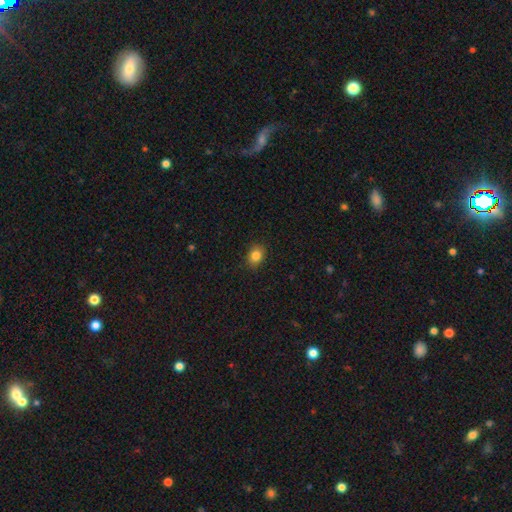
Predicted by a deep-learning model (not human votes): Morphology: type=smooth (84%); roundness=in between (51%); merging=none (87%).